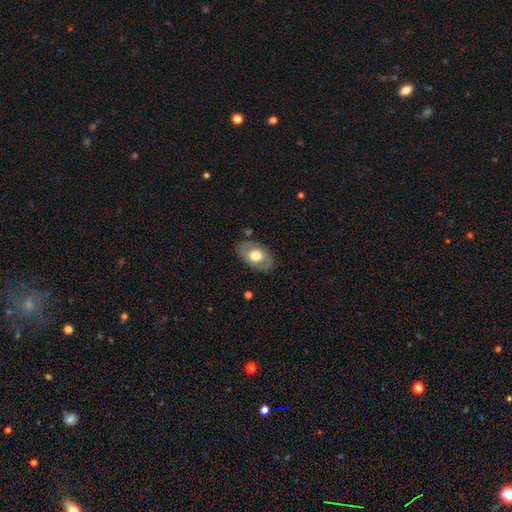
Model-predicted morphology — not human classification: This is possibly a smooth galaxy (57%). How rounded: clearly in between (85%). Merging: likely none (80%).